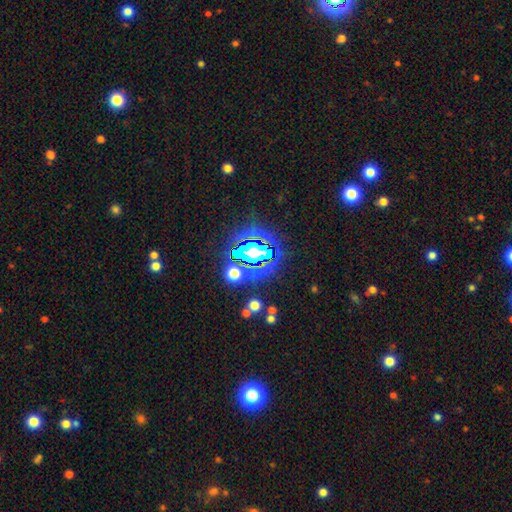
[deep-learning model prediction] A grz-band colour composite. It shows a star or artifact, not a galaxy (80%).